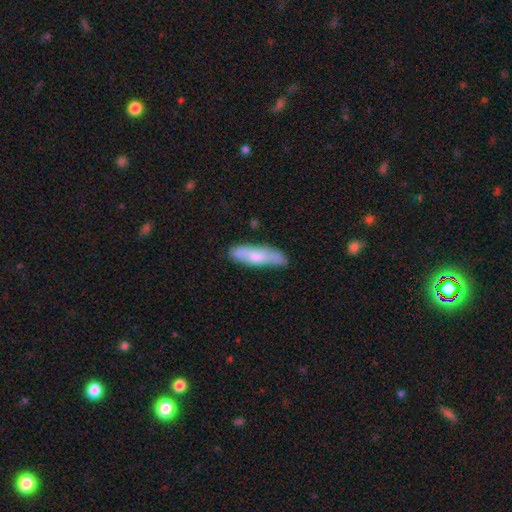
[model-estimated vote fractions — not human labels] smooth-or-featured: smooth: 64% | featured or disk: 30% | star or artifact: 6%
  how-rounded: cigar-shaped: 62% | in between: 36% | round: 2%
  merging: none: 72% | minor disturbance: 21% | major disturbance: 4% | merger: 3%